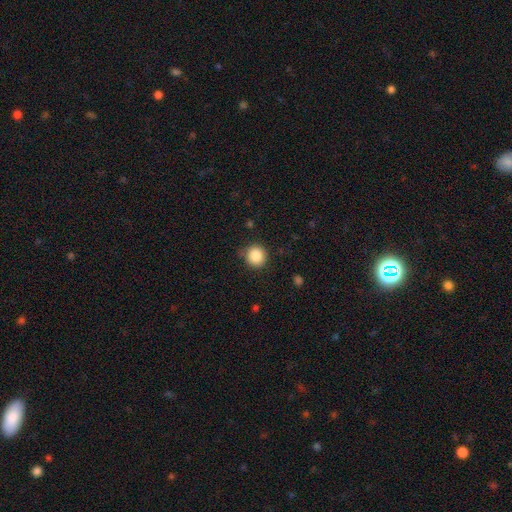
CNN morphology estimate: Overall: smooth (87%). How rounded: round (93%). Merging: none (86%).